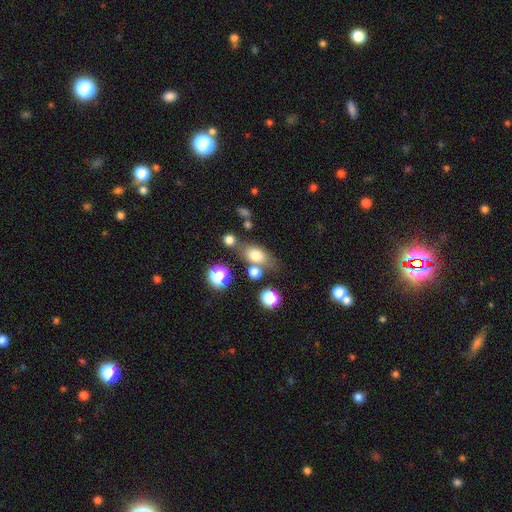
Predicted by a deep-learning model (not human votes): Overall: smooth (74%). How rounded: in between (75%). Merging: none (60%).